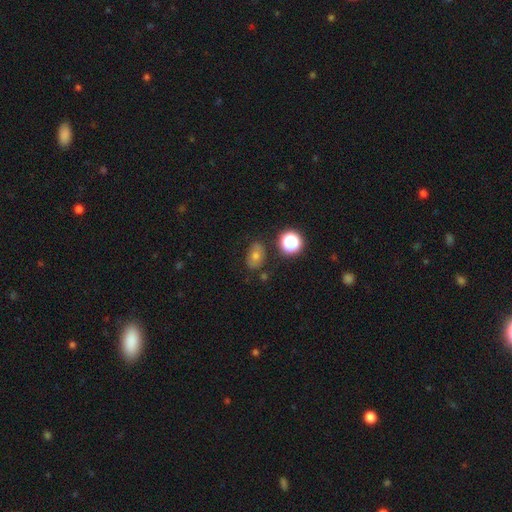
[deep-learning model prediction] The model was most divided on "smooth or featured": smooth: 59%, star or artifact: 20%, featured or disk: 20%. More confident: merging — none (73%); how rounded — in between (70%).